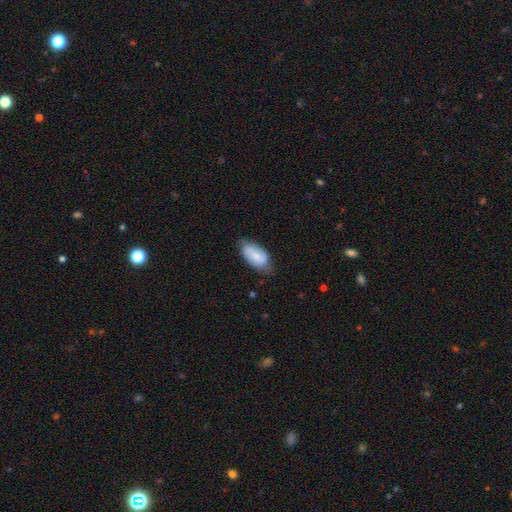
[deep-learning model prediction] Overall: smooth (70%). How rounded: in between (93%). Merging: none (67%).